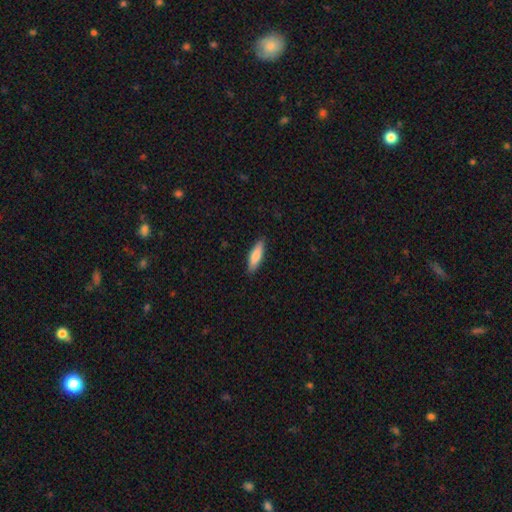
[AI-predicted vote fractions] This appears to be a smooth galaxy with no disk features (78%) that is cigar-shaped (63%). Merging: none (89%).